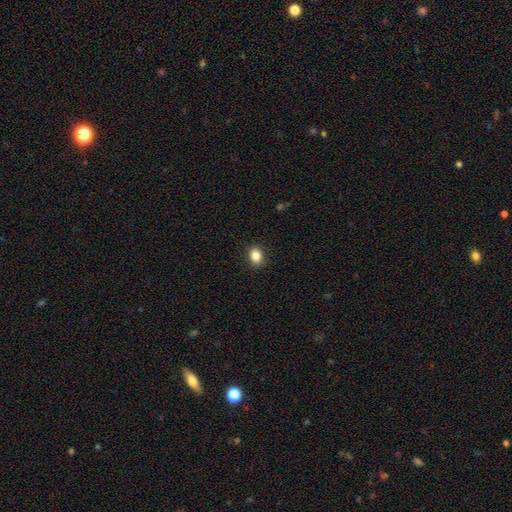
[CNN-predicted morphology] The model was most divided on "how rounded": in between: 67%, round: 32%, cigar-shaped: 1%. More confident: merging — none (89%); smooth or featured — smooth (86%).